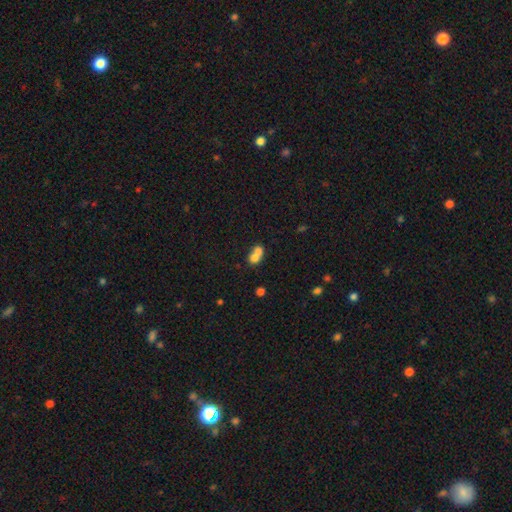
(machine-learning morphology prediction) smooth 71%, featured or disk 18%, star or artifact 11%. Down the decision tree: how rounded — round (59%); merging — merger (71%).